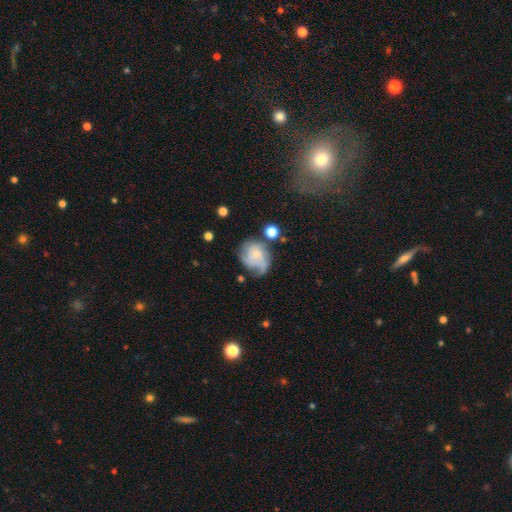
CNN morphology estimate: Q: Smooth or featured?
A: featured or disk (48%); runner-up: smooth (42%)
Q: Merging?
A: none (44%); runner-up: minor disturbance (28%)